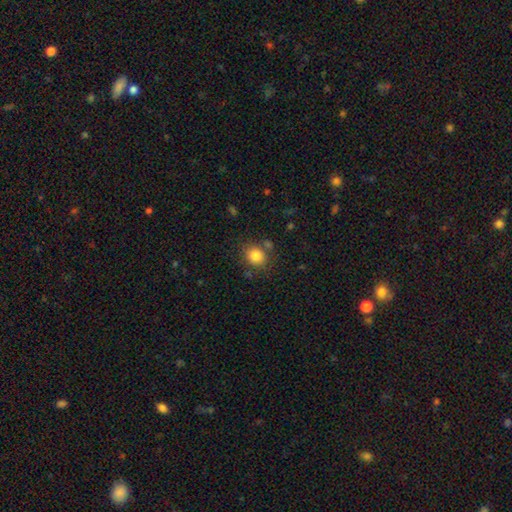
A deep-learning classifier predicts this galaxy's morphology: A smooth galaxy with no disk features (83%) that is round (75%). Merging: none (75%).